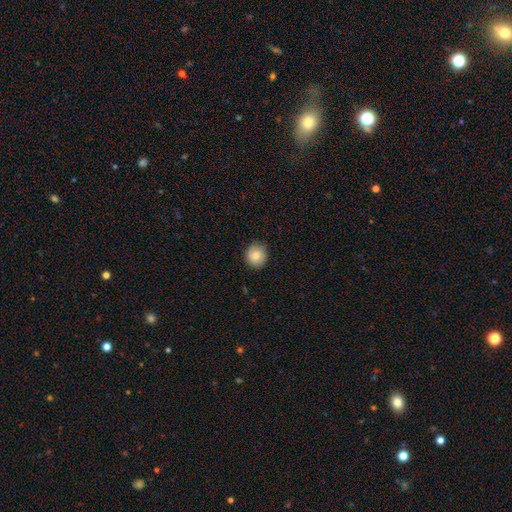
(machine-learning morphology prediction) Smooth or featured? smooth (80%)
How rounded? round (88%)
Merging? none (87%)